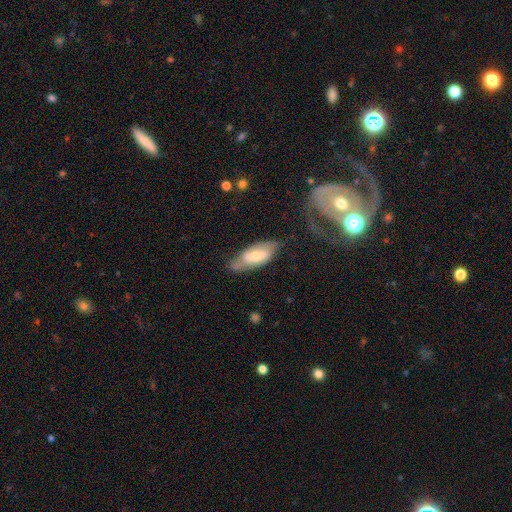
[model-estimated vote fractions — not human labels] This appears to be a featured or disk galaxy (49%). Merging: none (62%).